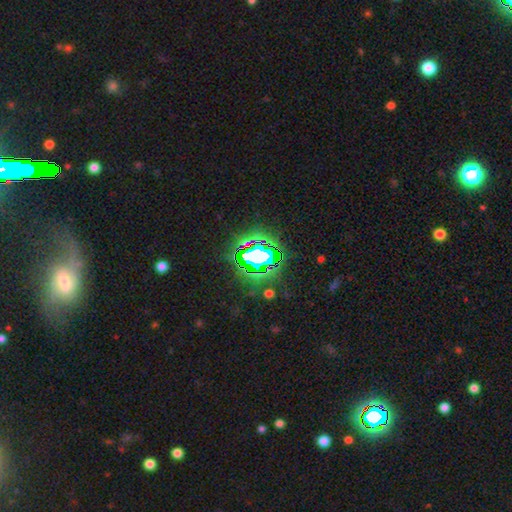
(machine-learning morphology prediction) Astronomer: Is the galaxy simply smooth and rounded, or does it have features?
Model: star or artifact — 70%.